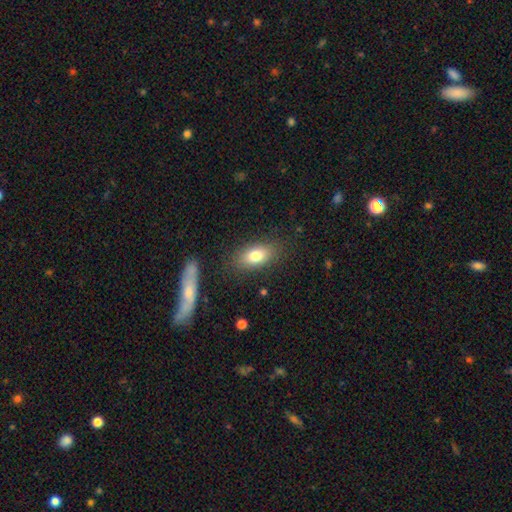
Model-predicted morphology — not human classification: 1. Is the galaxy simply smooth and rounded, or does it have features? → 78% smooth, 14% featured or disk, 8% star or artifact.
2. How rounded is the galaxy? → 87% in between, 8% round, 5% cigar-shaped.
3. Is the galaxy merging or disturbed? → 81% none, 12% minor disturbance, 4% major disturbance, 3% merger.